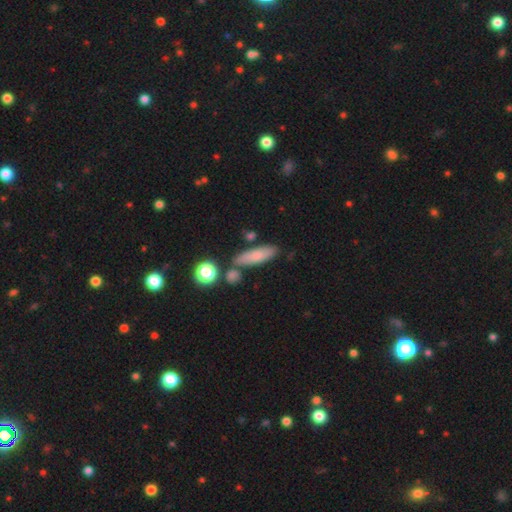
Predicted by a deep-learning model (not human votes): This appears to be a smooth galaxy with no disk features (74%) that is cigar-shaped (57%). Merging: none (73%).